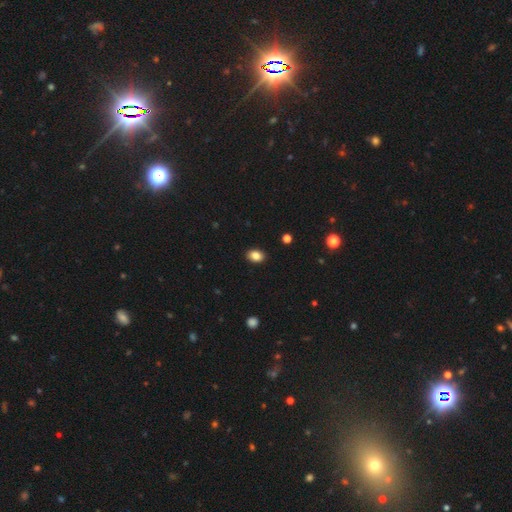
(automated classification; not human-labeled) A smooth galaxy with no disk features (85%) that is in between round and cigar-shaped (75%). Merging: none (90%).